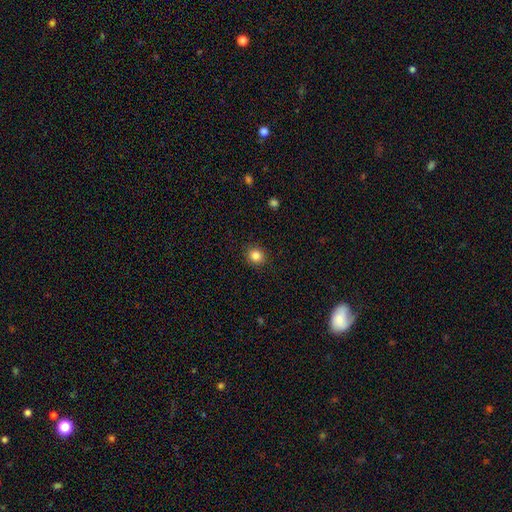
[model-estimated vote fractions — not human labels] smooth 84%, star or artifact 11%, featured or disk 5%. Down the decision tree: how rounded — round (88%); merging — none (91%).